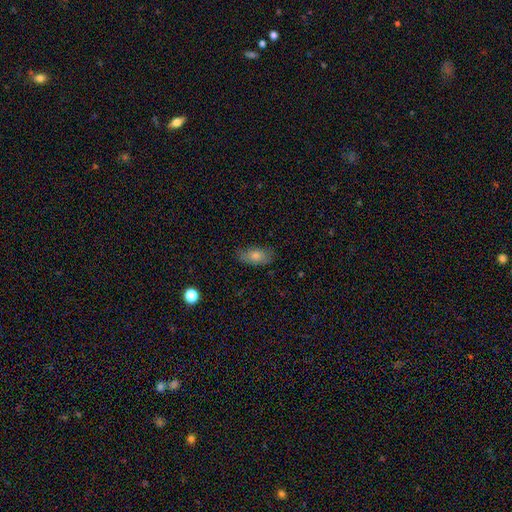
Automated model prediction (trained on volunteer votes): Q: Smooth or featured?
A: smooth (78%); runner-up: featured or disk (14%)
Q: How rounded?
A: in between (89%); runner-up: cigar-shaped (7%)
Q: Merging?
A: none (69%); runner-up: minor disturbance (23%)